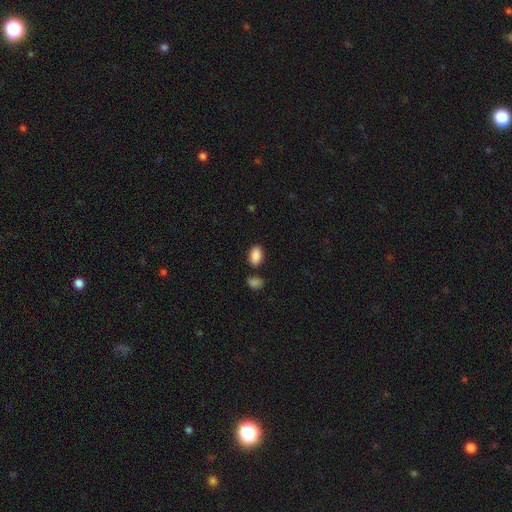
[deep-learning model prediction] A smooth galaxy with no disk features (89%) that is in between round and cigar-shaped (91%).

Vote fractions:
- Smooth or featured? smooth: 89% / star or artifact: 7% / featured or disk: 4%
- How rounded? in between: 91% / round: 7% / cigar-shaped: 2%
- Merging? none: 79% / minor disturbance: 11% / merger: 7% / major disturbance: 3%